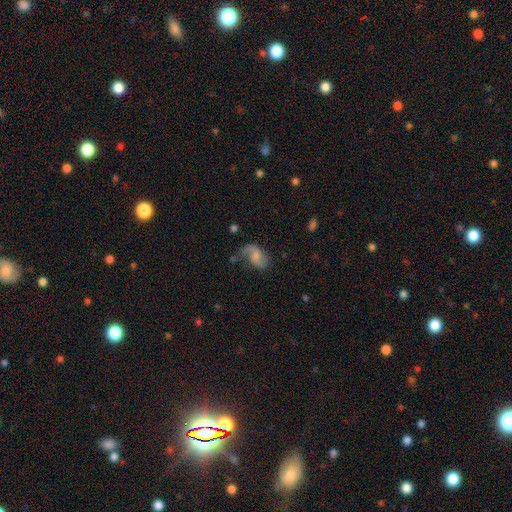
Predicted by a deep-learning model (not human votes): smooth-or-featured: featured or disk: 69% | smooth: 24% | star or artifact: 8%
  disk-edge-on: no: 97% | yes: 3%
    bar: no: 51% | weak: 42% | strong: 8%
    has-spiral-arms: yes: 92% | no: 8%
      spiral-winding: loose: 62% | medium: 31% | tight: 8%
      spiral-arm-count: 2: 78% | 1: 15% | can't tell: 4% | 3: 1% | 4: 1% | more than 4: 1%
    bulge-size: moderate: 36% (tied) | small: 36% (tied) | none: 20% | large: 7% | dominant: 1%
  merging: none: 52% | minor disturbance: 25% | major disturbance: 18% | merger: 4%